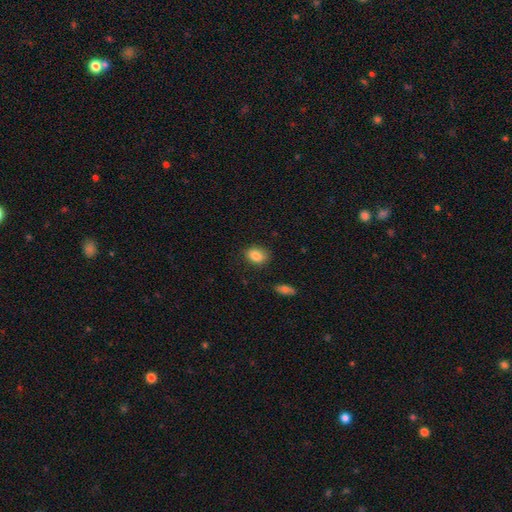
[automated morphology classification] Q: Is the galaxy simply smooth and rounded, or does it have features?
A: smooth — 85%.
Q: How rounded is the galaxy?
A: in between — 71%.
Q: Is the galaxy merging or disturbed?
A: none — 80%.